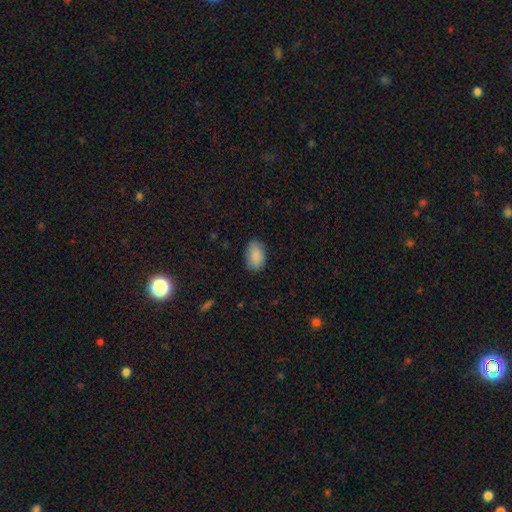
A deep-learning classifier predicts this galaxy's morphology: Smooth or featured? Predicted: smooth (p=0.90). How rounded? Predicted: in between (p=0.90). Merging? Predicted: none (p=0.84).